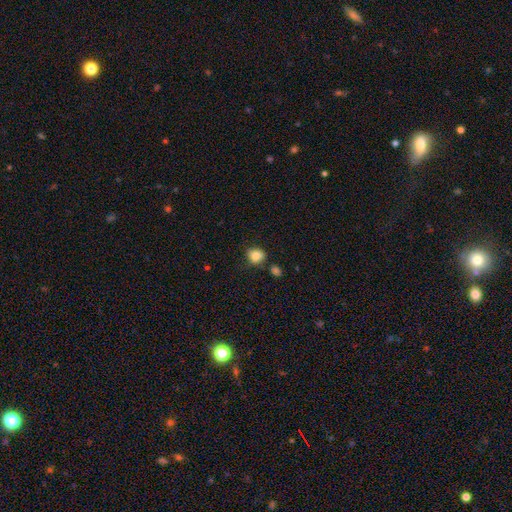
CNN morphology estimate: smooth-or-featured: smooth: 84% | star or artifact: 10% | featured or disk: 6%
  how-rounded: round: 70% | in between: 29% | cigar-shaped: 1%
  merging: none: 74% | minor disturbance: 15% | merger: 7% | major disturbance: 4%